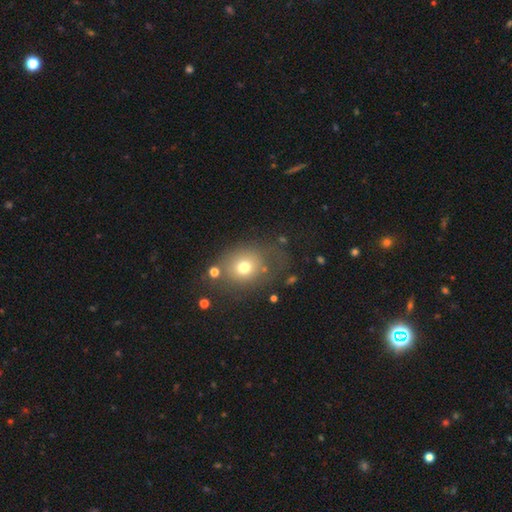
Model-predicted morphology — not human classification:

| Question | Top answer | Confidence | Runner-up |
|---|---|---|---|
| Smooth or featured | smooth | 50% | star or artifact (35%) |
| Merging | none | 74% | minor disturbance (12%) |